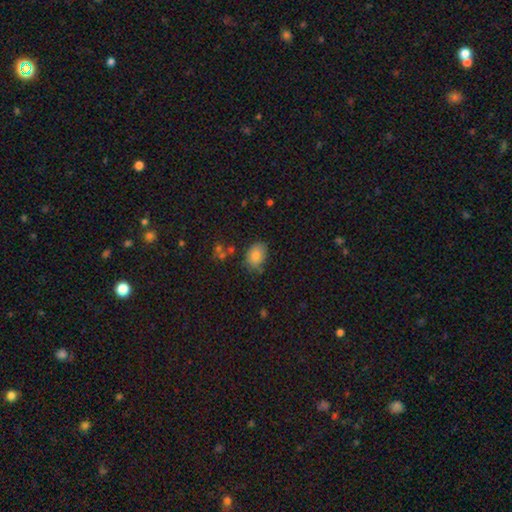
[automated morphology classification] type=smooth (82%); roundness=in between (76%); merging=none (65%).